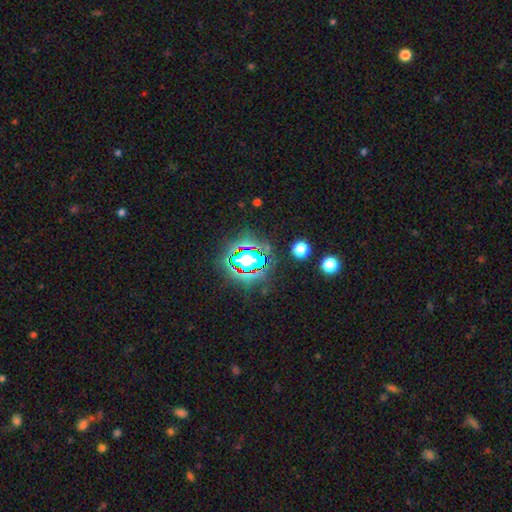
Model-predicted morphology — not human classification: Smooth or featured: star or artifact — 75% (smooth — 15%)